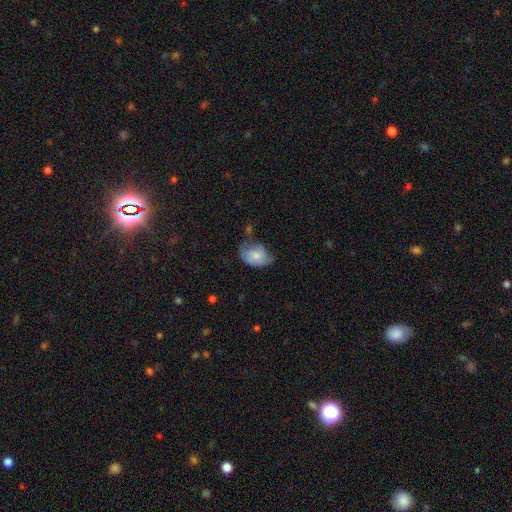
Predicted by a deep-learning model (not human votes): Smooth or featured?
  - smooth: 67% *
  - featured or disk: 26%
  - star or artifact: 7%
How rounded?
  - in between: 80% *
  - round: 19%
  - cigar-shaped: 1%
Merging?
  - minor disturbance: 41% *
  - none: 35%
  - major disturbance: 19%
  - merger: 5%